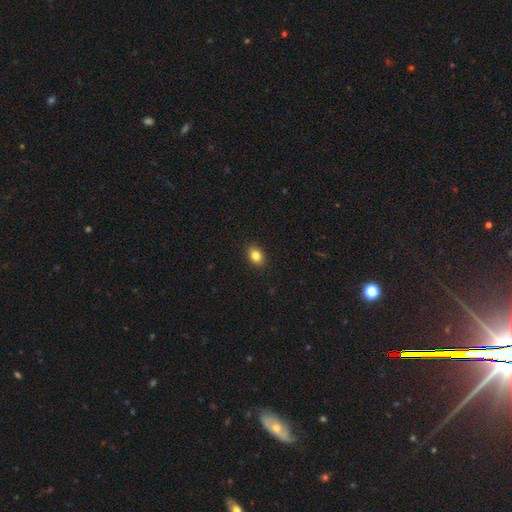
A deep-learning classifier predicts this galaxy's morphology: smooth 83%, star or artifact 10%, featured or disk 7%. Down the decision tree: how rounded — in between (67%); merging — none (90%).